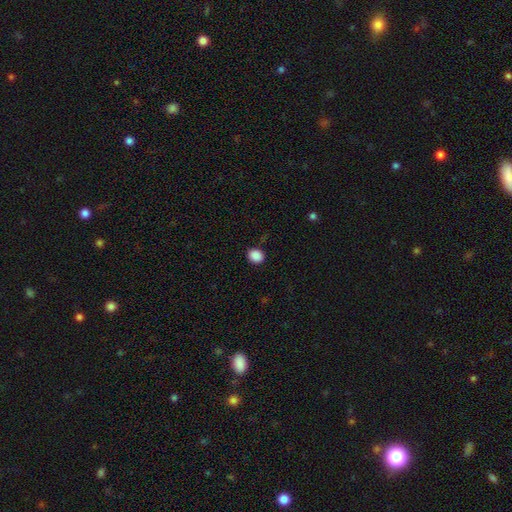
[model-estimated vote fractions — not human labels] Morphology: type=smooth (88%); roundness=round (66%); merging=none (88%).